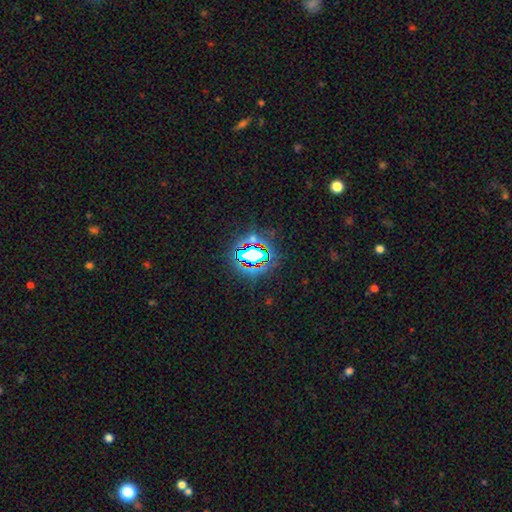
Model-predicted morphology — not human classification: A star or artifact, not a galaxy (68%).